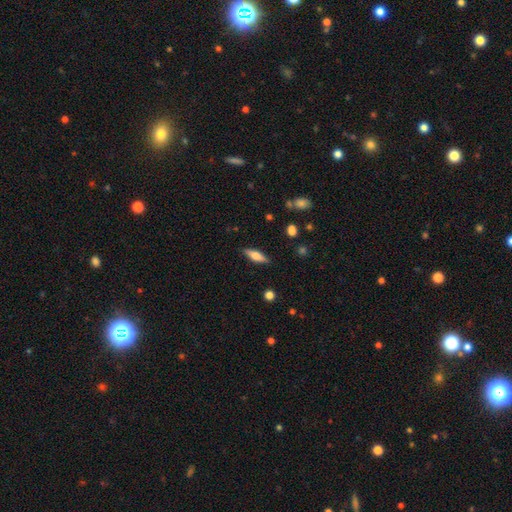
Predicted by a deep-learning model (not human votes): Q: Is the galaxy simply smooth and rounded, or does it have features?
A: smooth — 51%.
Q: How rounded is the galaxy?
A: cigar-shaped — 51%.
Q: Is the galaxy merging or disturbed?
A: none — 87%.